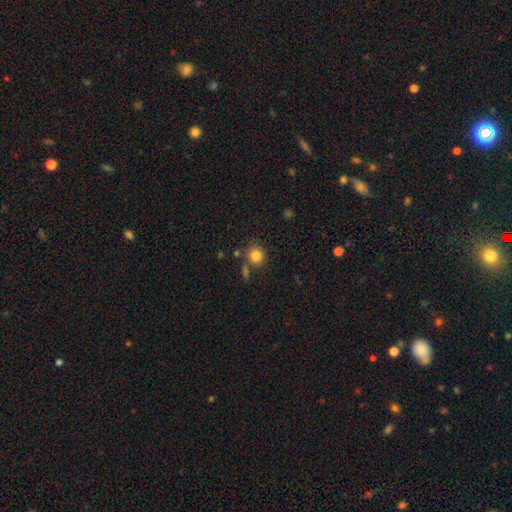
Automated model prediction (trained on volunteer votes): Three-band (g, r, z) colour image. It shows a smooth galaxy with no disk features (83%) that is round (85%). Merging: none (74%).